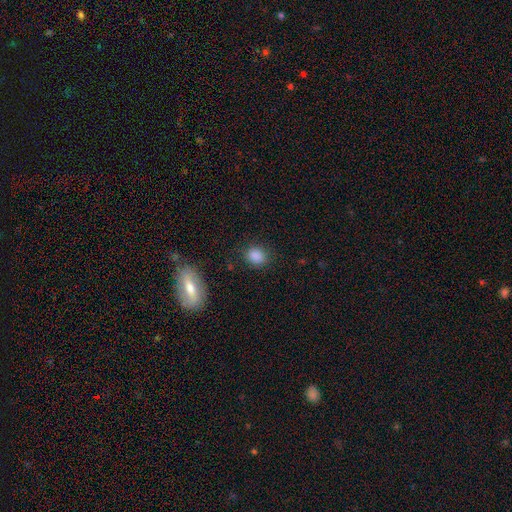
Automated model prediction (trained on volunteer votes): Q: Smooth or featured?
A: smooth (86%); runner-up: star or artifact (10%)
Q: How rounded?
A: round (57%); runner-up: in between (41%)
Q: Merging?
A: none (84%); runner-up: minor disturbance (11%)